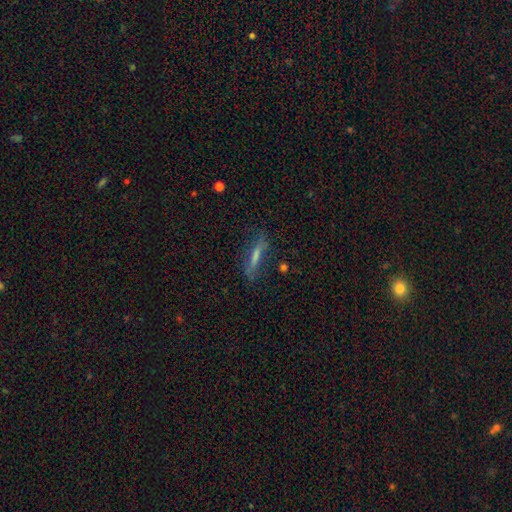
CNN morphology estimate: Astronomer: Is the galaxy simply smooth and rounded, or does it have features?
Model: smooth — 44%, tied with featured or disk at 44%.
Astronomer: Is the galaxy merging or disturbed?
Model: none — 74%.